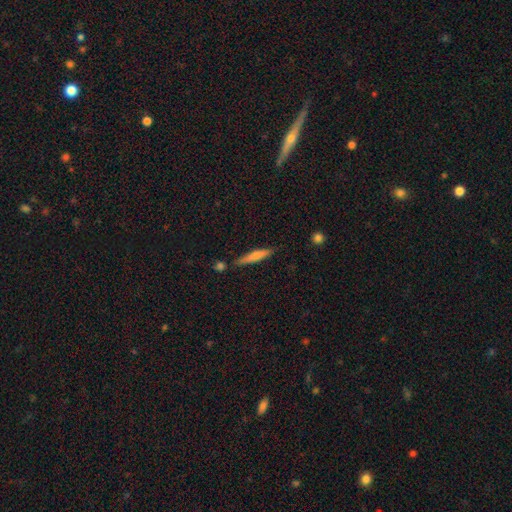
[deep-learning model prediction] Overall: smooth (65%; featured or disk 29%). How rounded: cigar-shaped (89%). Merging: none (76%).